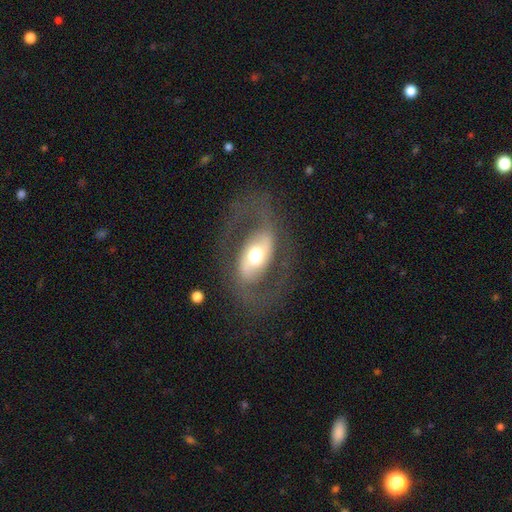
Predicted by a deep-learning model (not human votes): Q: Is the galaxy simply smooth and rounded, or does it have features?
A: featured or disk — 70%.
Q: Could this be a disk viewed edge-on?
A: no — 92%.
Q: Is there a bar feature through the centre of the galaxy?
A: no — 39%.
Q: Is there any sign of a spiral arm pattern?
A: yes — 65%.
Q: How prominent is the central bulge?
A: moderate — 63%.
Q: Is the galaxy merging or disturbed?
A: none — 72%.